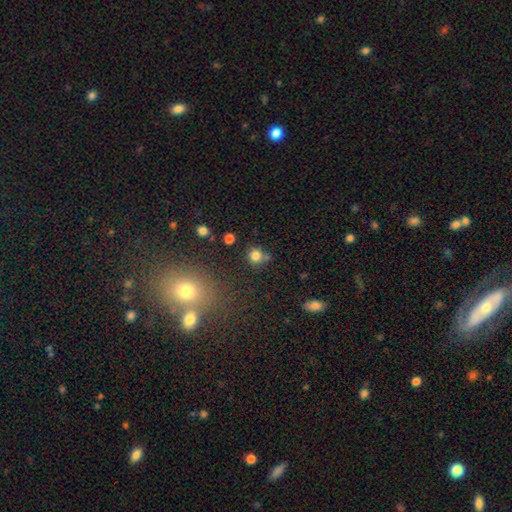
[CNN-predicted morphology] Overall: smooth (80%). How rounded: round (88%). Merging: none (69%).